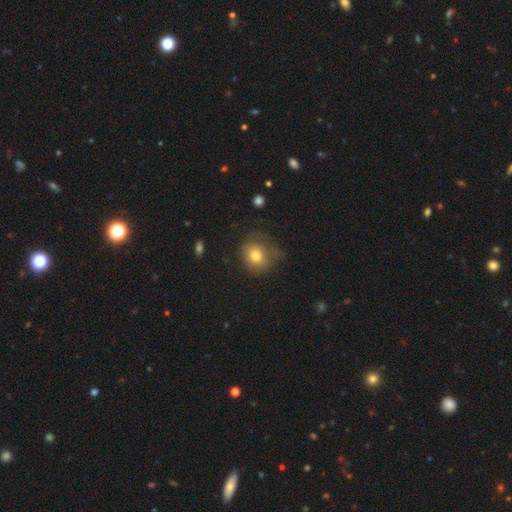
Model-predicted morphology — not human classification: smooth-or-featured: smooth: 76% | featured or disk: 14% | star or artifact: 10%
  how-rounded: round: 71% | in between: 28% | cigar-shaped: 1%
  merging: none: 55% | minor disturbance: 27% | major disturbance: 15% | merger: 2%